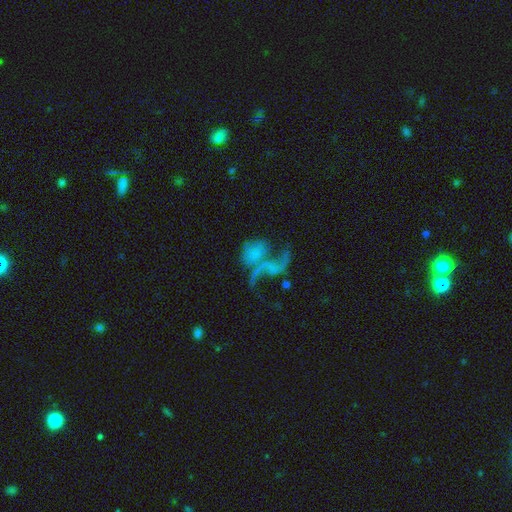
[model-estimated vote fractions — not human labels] Smooth or featured? Predicted: featured or disk (p=0.60). Edge-on disk? Predicted: no (p=0.96). Bar? Predicted: no (p=0.73). Spiral arms? Predicted: yes (p=0.61). Bulge size? Predicted: none (p=0.59). Merging? Predicted: merger (p=0.40).